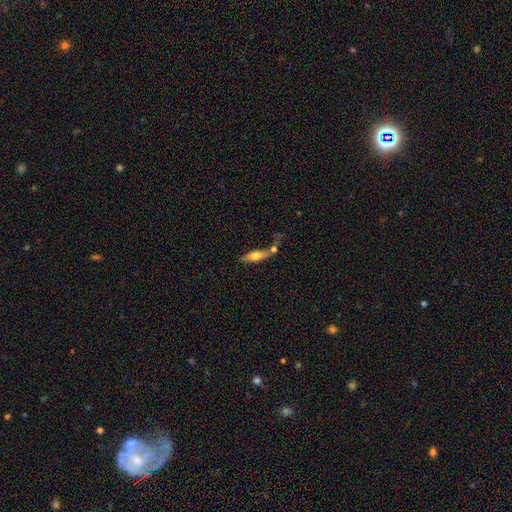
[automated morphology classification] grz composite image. It shows a smooth galaxy with no disk features (49%). Merging: none (48%).